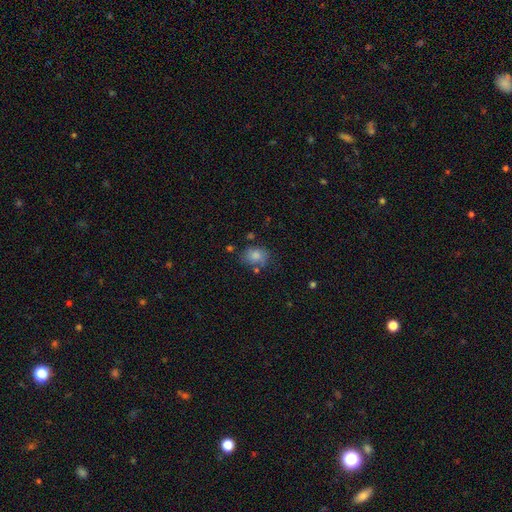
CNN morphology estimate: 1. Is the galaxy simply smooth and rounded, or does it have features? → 79% smooth, 11% featured or disk, 10% star or artifact.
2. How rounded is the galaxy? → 56% in between, 43% round, 1% cigar-shaped.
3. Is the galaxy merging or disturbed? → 63% none, 21% minor disturbance, 9% merger, 7% major disturbance.